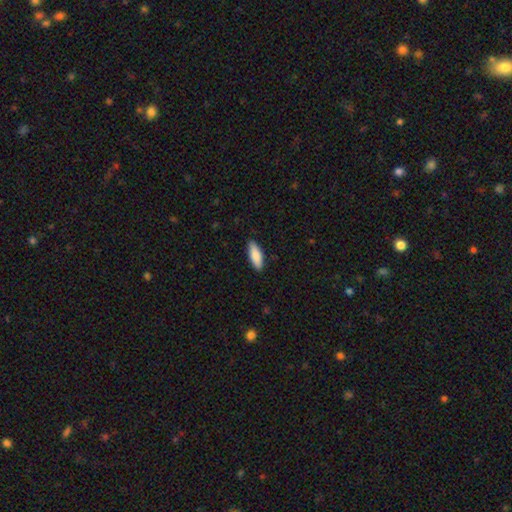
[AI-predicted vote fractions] smooth_or_featured: smooth (p=0.86) [alt: featured or disk p=0.09]
how_rounded: in between (p=0.60) [alt: cigar-shaped p=0.39]
merging: none (p=0.89) [alt: minor disturbance p=0.09]